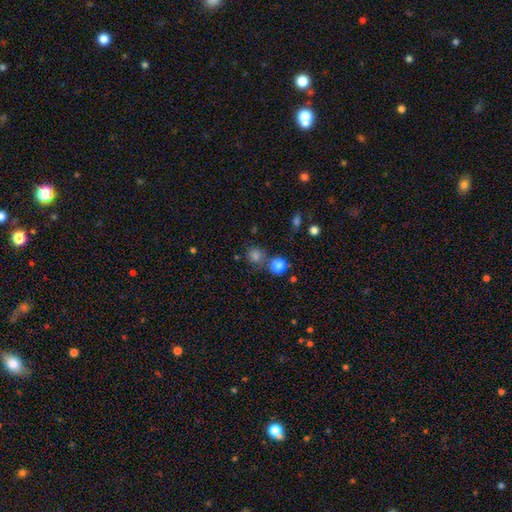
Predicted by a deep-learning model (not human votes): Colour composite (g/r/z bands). It shows a smooth galaxy with no disk features (74%) that is round (88%). Merging: none (64%).